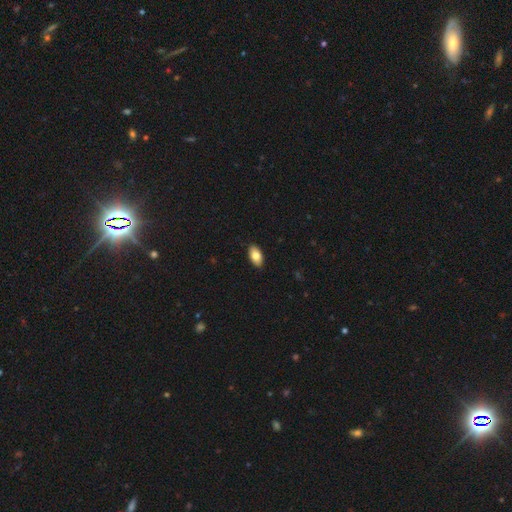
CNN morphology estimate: Overall: smooth (81%). How rounded: in between (94%). Merging: none (90%).